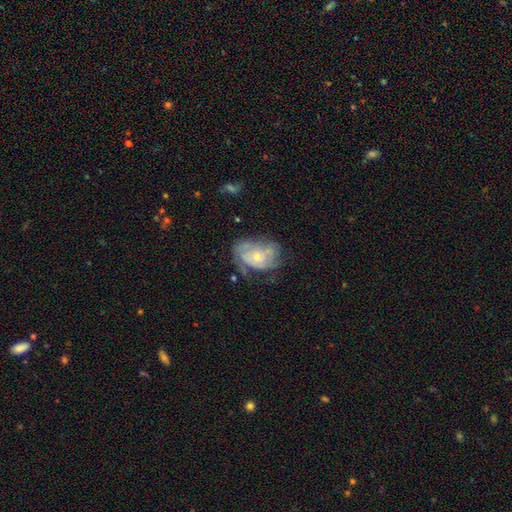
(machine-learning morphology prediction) smooth-or-featured: featured or disk: 61% | smooth: 31% | star or artifact: 8%
  disk-edge-on: no: 96% | yes: 4%
    bar: no: 82% | weak: 15% | strong: 3%
    has-spiral-arms: yes: 63% | no: 37%
    bulge-size: small: 61% | moderate: 34% | none: 2% | large: 2% | dominant: 1%
  merging: none: 47% | minor disturbance: 30% | major disturbance: 19% | merger: 5%